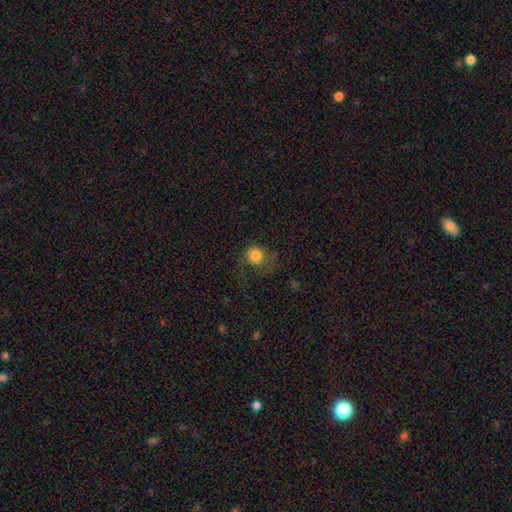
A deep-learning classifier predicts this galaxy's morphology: A smooth galaxy with no disk features (78%) that is round (87%). Merging: none (51%).